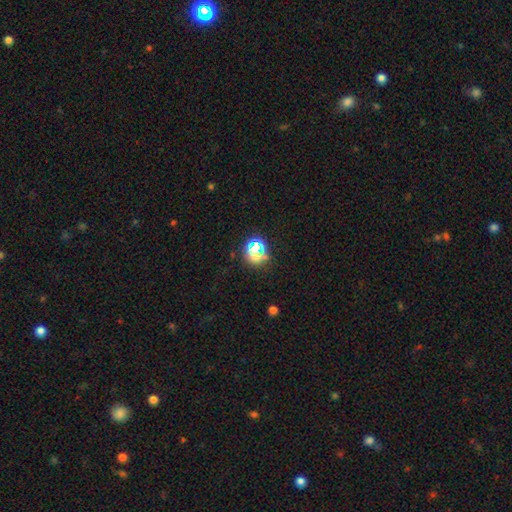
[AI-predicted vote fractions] This appears to be a smooth galaxy with no disk features (54%) that is round (74%). Merging: none (74%).